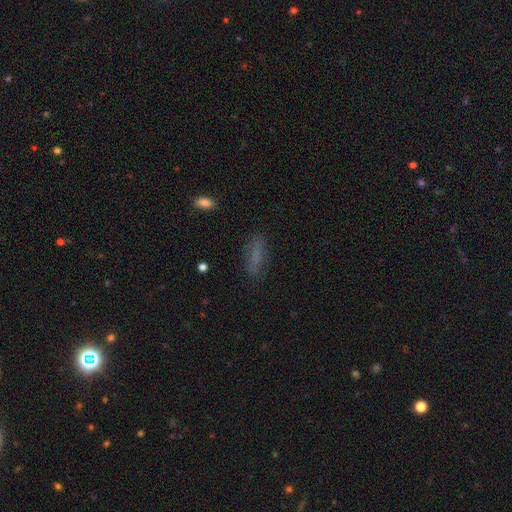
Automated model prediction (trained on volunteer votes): smooth-or-featured: smooth: 71% | featured or disk: 16% | star or artifact: 13%
  how-rounded: cigar-shaped: 57% | in between: 40% | round: 3%
  merging: none: 80% | minor disturbance: 14% | major disturbance: 5% | merger: 2%